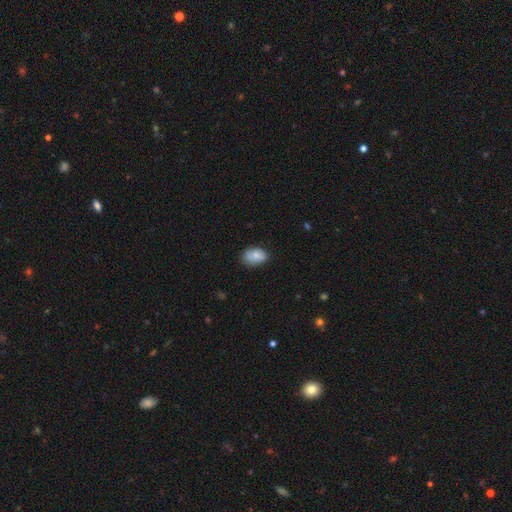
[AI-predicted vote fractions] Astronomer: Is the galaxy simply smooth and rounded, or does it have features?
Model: smooth — 80%.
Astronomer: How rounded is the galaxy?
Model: in between — 86%.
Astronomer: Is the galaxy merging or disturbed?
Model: none — 69%.